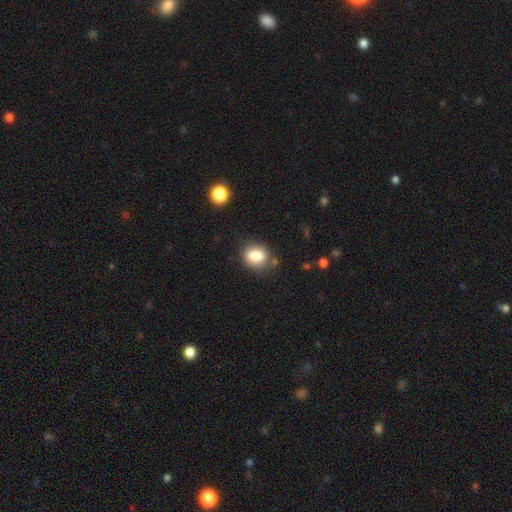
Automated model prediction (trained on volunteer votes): Overall: smooth (84%). How rounded: in between (54%; round 45%). Merging: none (75%).